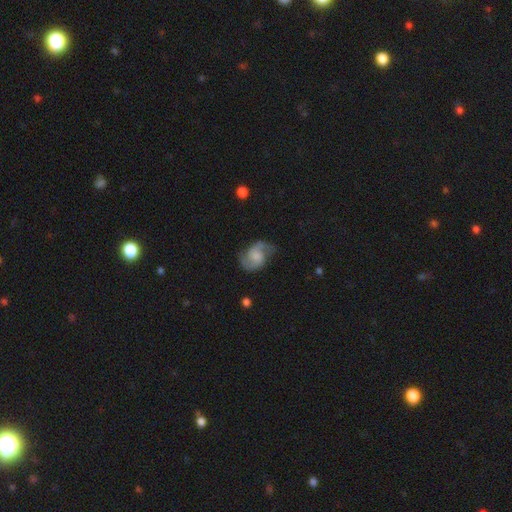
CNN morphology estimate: Overall: featured or disk (82%). Edge-on disk: no (98%). Bar: no (55%; weak 38%). Spiral arms: yes (96%). Spiral arm count: 2 (92%). Spiral winding: medium (50%; loose 34%). Bulge size: none (41%; moderate 22%). Merging: none (73%).